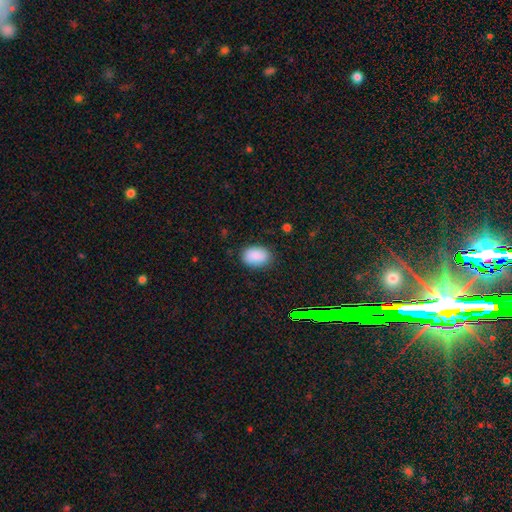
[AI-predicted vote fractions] Smooth or featured? smooth (88%)
How rounded? in between (82%)
Merging? none (84%)